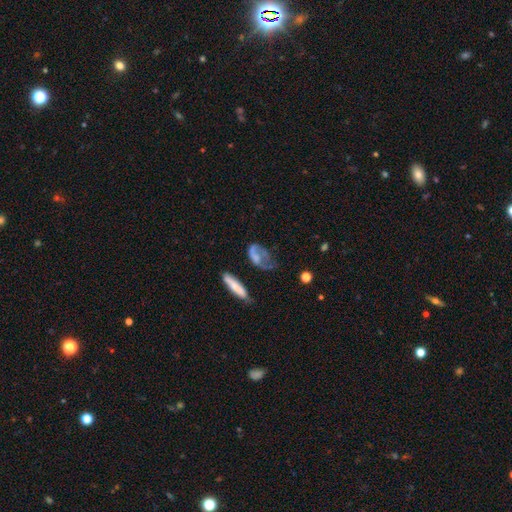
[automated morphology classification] The model was most divided on "smooth or featured": smooth: 53%, featured or disk: 38%, star or artifact: 9%. Remaining: how rounded — in between (76%); merging — major disturbance (44%).